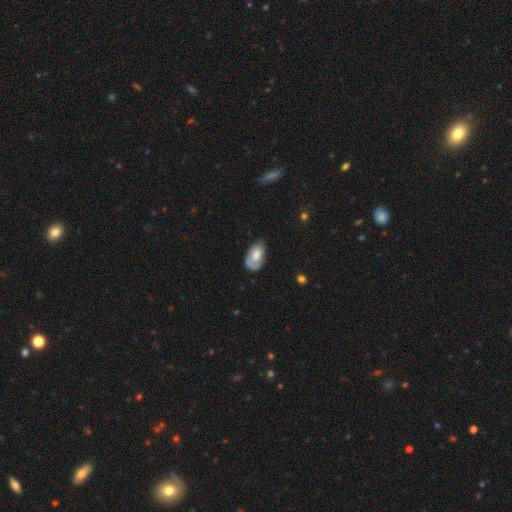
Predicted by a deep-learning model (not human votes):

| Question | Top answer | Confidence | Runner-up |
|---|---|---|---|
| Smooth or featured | smooth | 56% | featured or disk (38%) |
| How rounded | in between | 93% | round (5%) |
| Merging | none | 57% | minor disturbance (29%) |